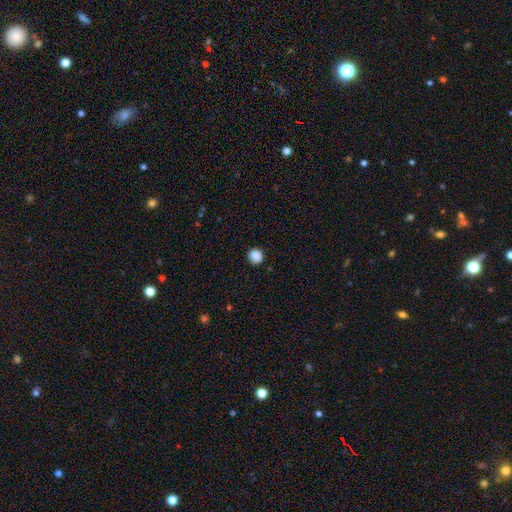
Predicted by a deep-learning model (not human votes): Overall: smooth (87%). How rounded: round (88%). Merging: none (89%).